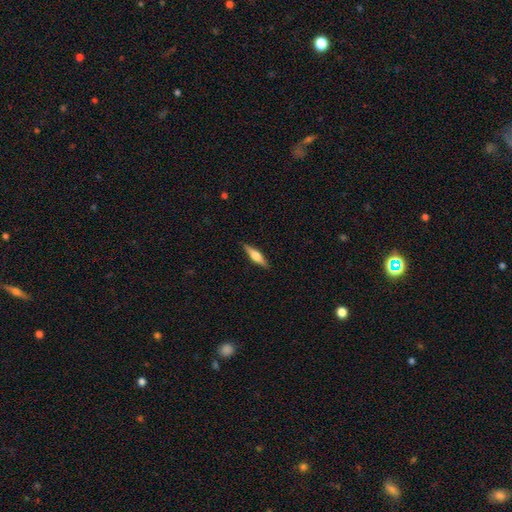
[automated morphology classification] The model was most divided on "smooth or featured": featured or disk: 57%, smooth: 37%, star or artifact: 6%. More confident: edge-on disk — yes (96%); merging — none (90%); edge-on bulge — rounded (90%).